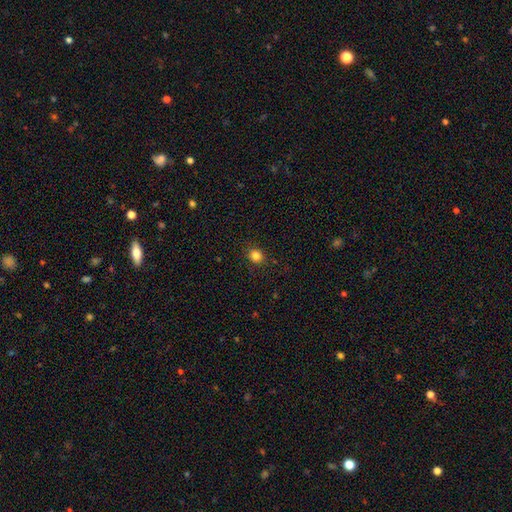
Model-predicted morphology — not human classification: smooth_or_featured: smooth (p=0.83) [alt: star or artifact p=0.12]
how_rounded: round (p=0.77) [alt: in between p=0.22]
merging: none (p=0.88) [alt: minor disturbance p=0.08]